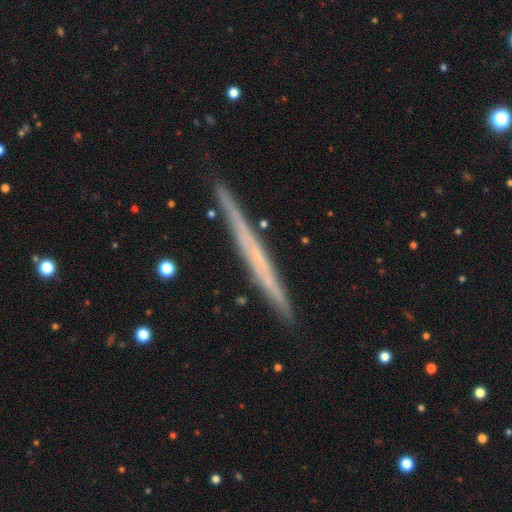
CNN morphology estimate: Q: Smooth or featured?
A: featured or disk (62%); runner-up: smooth (31%)
Q: Edge-on disk?
A: yes (97%); runner-up: no (3%)
Q: Edge-on bulge?
A: none (87%); runner-up: rounded (10%)
Q: Merging?
A: none (89%); runner-up: minor disturbance (8%)